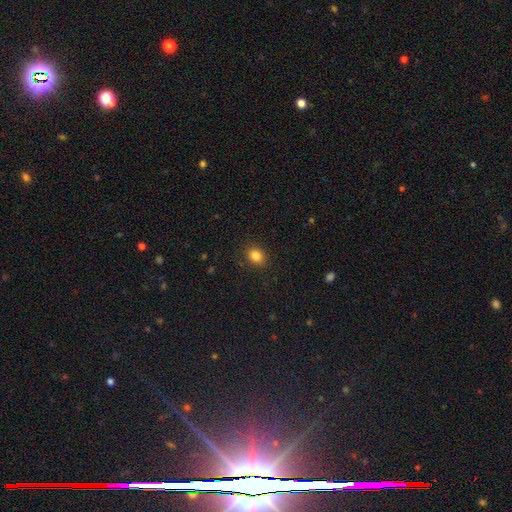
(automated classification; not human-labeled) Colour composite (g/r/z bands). It shows a smooth galaxy with no disk features (84%) that is round (63%). Merging: none (87%).